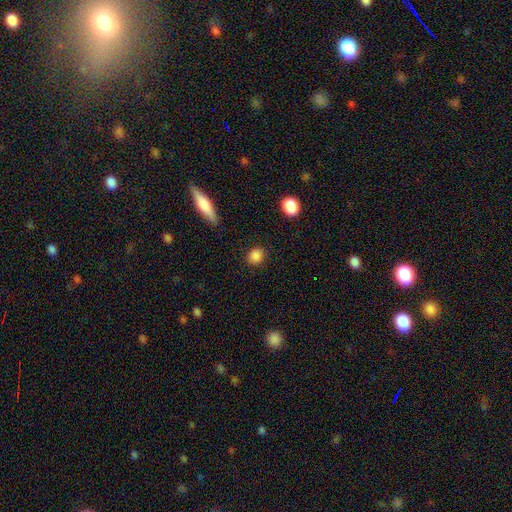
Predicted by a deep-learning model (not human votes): A smooth galaxy with no disk features (87%) that is round (72%).

Vote fractions:
- Smooth or featured? smooth: 87% / star or artifact: 10% / featured or disk: 4%
- How rounded? round: 72% / in between: 26% / cigar-shaped: 2%
- Merging? none: 86% / minor disturbance: 9% / major disturbance: 3% / merger: 2%